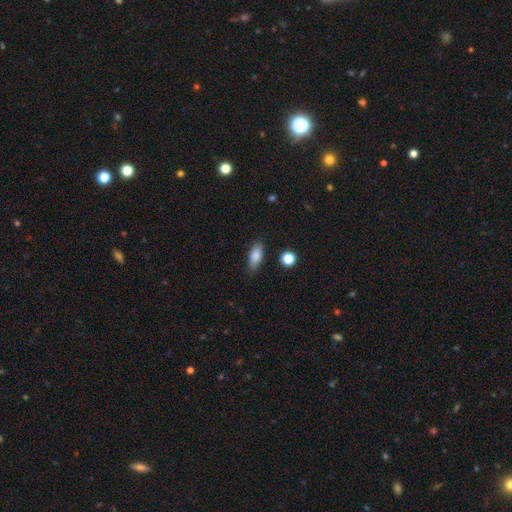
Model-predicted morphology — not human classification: This appears to be a smooth galaxy with no disk features (85%) that is in between round and cigar-shaped (81%). Merging: none (84%).